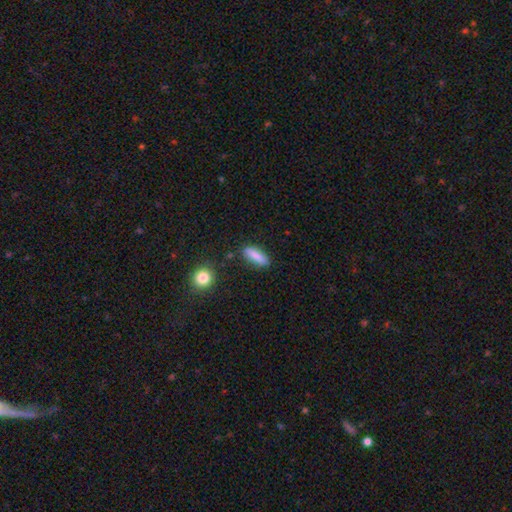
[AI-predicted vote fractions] Smooth or featured?
  - smooth: 84% *
  - featured or disk: 9%
  - star or artifact: 7%
How rounded?
  - cigar-shaped: 56% *
  - in between: 41%
  - round: 3%
Merging?
  - none: 82% *
  - minor disturbance: 12%
  - merger: 3%
  - major disturbance: 3%